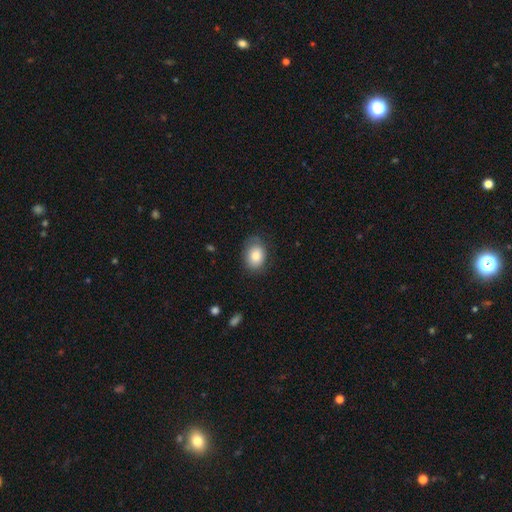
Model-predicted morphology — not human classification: Smooth or featured? smooth (82%)
How rounded? in between (71%)
Merging? none (74%)